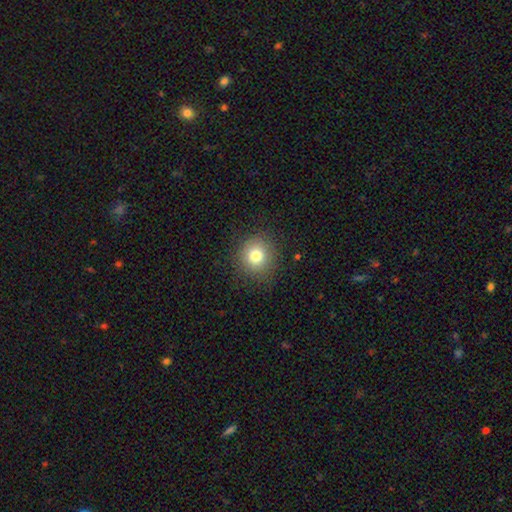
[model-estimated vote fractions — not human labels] Morphology: type=smooth (78%); roundness=round (89%); merging=none (86%).